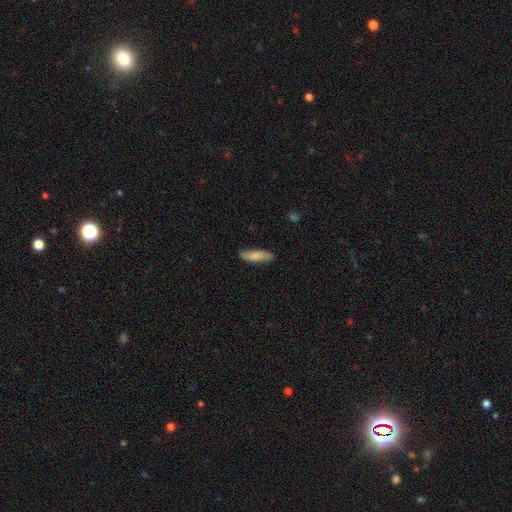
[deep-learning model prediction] smooth 68%, featured or disk 26%, star or artifact 6%. Down the decision tree: how rounded — cigar-shaped (54%); merging — none (82%).